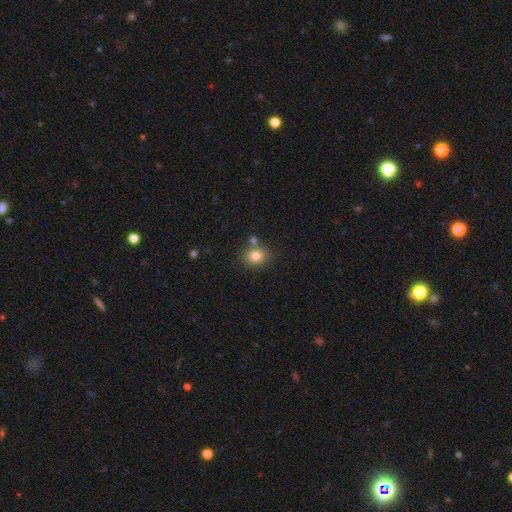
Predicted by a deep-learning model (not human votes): smooth 81%, star or artifact 11%, featured or disk 8%. Down the decision tree: how rounded — round (65%); merging — none (71%).